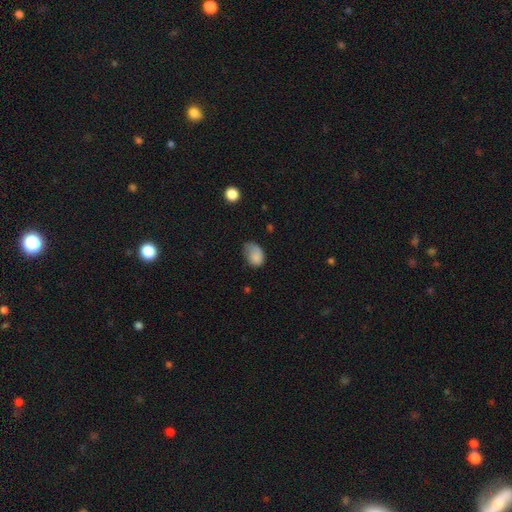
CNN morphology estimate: smooth 83%, star or artifact 9%, featured or disk 8%. Down the decision tree: how rounded — in between (82%); merging — none (41%).